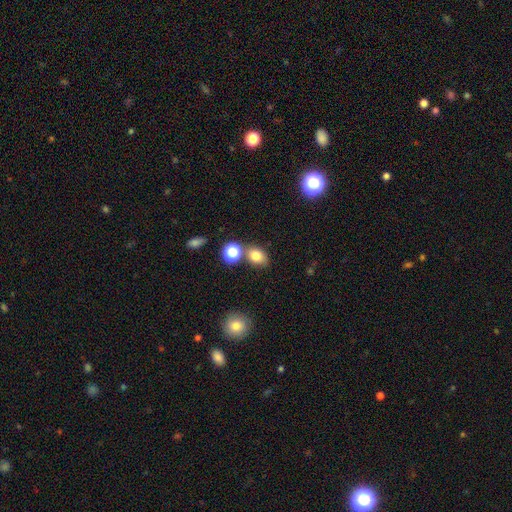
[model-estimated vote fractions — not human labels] Smooth or featured? smooth (77%)
How rounded? in between (65%)
Merging? none (67%)